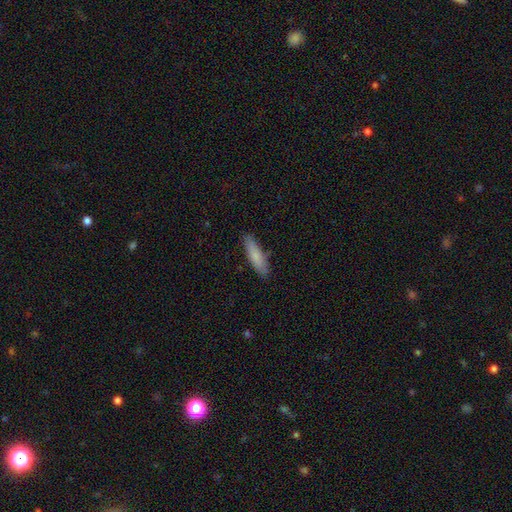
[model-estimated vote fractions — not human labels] The model was most divided on "how rounded": cigar-shaped: 67%, in between: 31%, round: 1%. More confident: merging — none (85%); smooth or featured — smooth (82%).